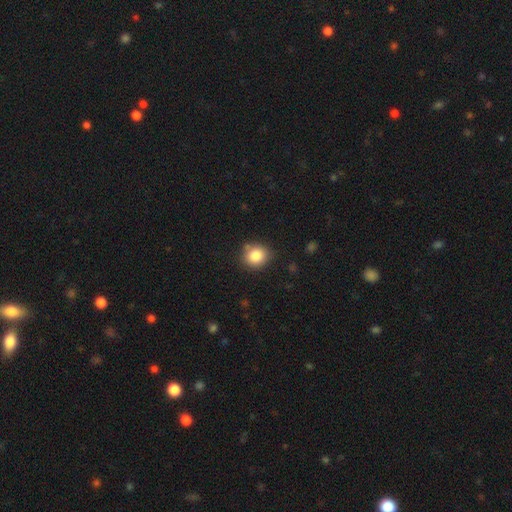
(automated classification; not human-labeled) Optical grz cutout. It shows a smooth galaxy with no disk features (84%) that is round (83%). Merging: none (81%).